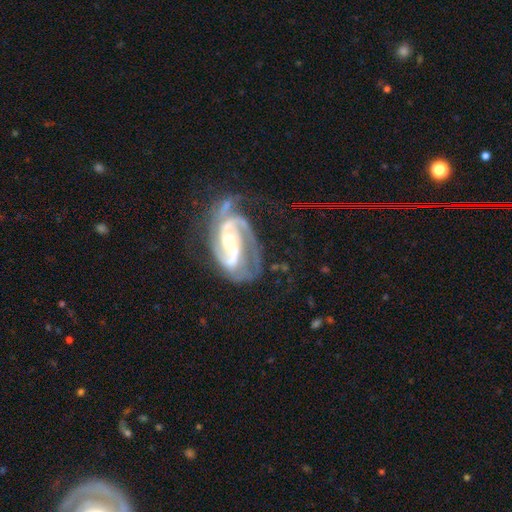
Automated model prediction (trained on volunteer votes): Smooth or featured? featured or disk (89%)
Edge-on disk? no (97%)
Bar? weak (40%)
Spiral arms? yes (97%)
Spiral winding? medium (48%)
Spiral arm count? 2 (67%)
Bulge size? moderate (49%)
Merging? none (54%)